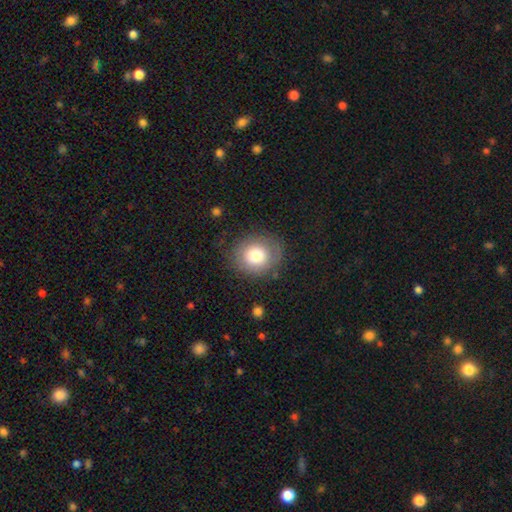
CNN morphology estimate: Smooth or featured: smooth — 75% (featured or disk — 15%)
How rounded: round — 80% (in between — 19%)
Merging: none — 79% (minor disturbance — 14%)